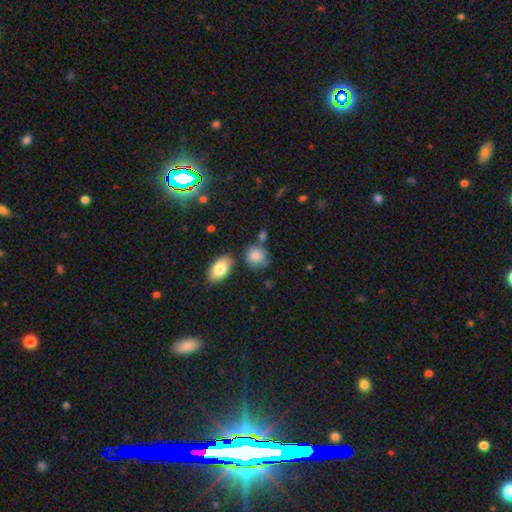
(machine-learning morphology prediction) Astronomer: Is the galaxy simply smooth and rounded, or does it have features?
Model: smooth — 83%.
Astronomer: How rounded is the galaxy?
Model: round — 64%.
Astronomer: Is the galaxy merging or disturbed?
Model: none — 61%.